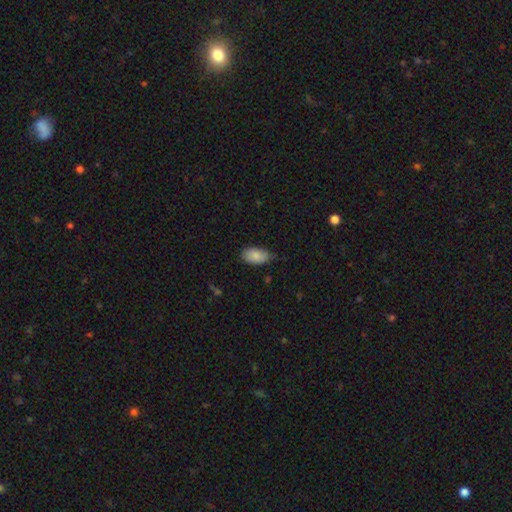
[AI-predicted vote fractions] This appears to be a smooth galaxy with no disk features (85%) that is in between round and cigar-shaped (94%). Merging: none (68%).